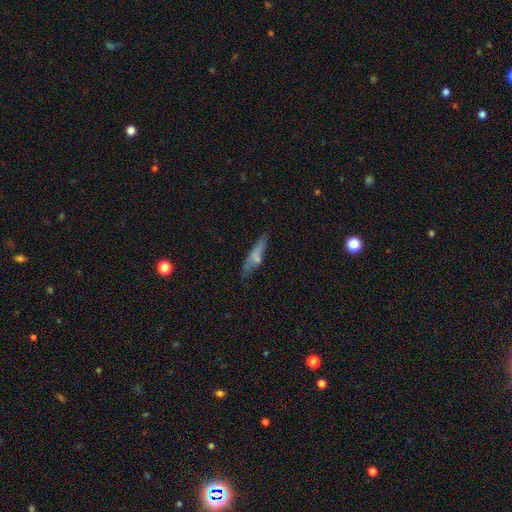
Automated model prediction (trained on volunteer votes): This is likely a smooth galaxy (65%). How rounded: likely cigar-shaped (74%). Merging: likely none (65%).